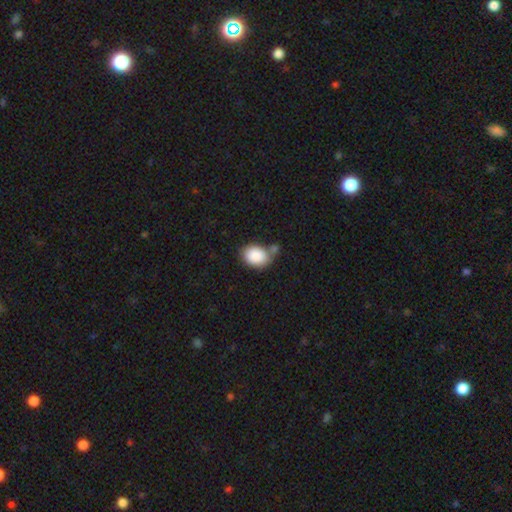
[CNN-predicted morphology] Smooth or featured? Predicted: smooth (p=0.88). How rounded? Predicted: in between (p=0.68). Merging? Predicted: none (p=0.53).